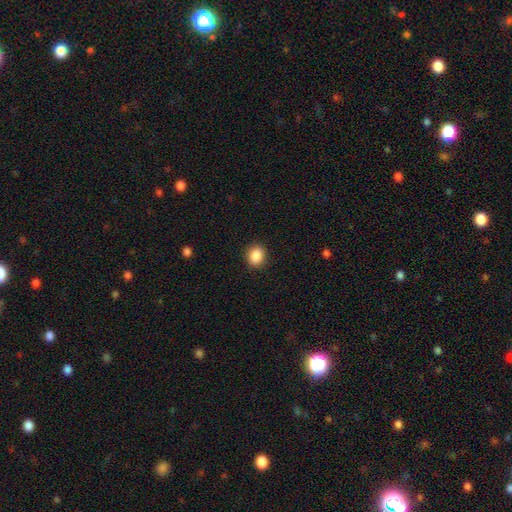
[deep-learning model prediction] Smooth or featured?
  - smooth: 88% *
  - star or artifact: 9%
  - featured or disk: 3%
How rounded?
  - round: 68% *
  - in between: 31%
  - cigar-shaped: 1%
Merging?
  - none: 90% *
  - minor disturbance: 7%
  - major disturbance: 2%
  - merger: 1%